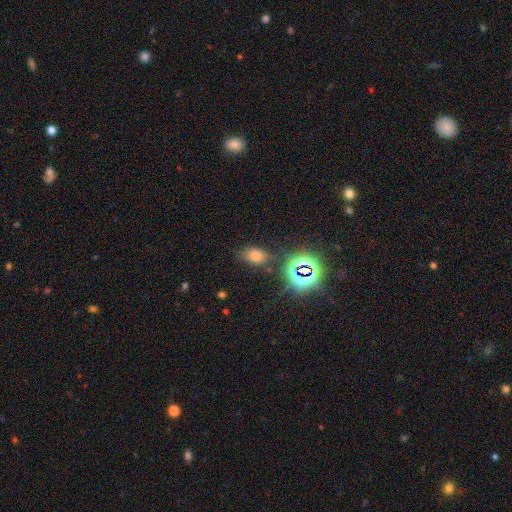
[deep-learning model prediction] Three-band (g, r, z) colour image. It shows a smooth galaxy with no disk features (59%) that is in between round and cigar-shaped (79%). Merging: none (76%).